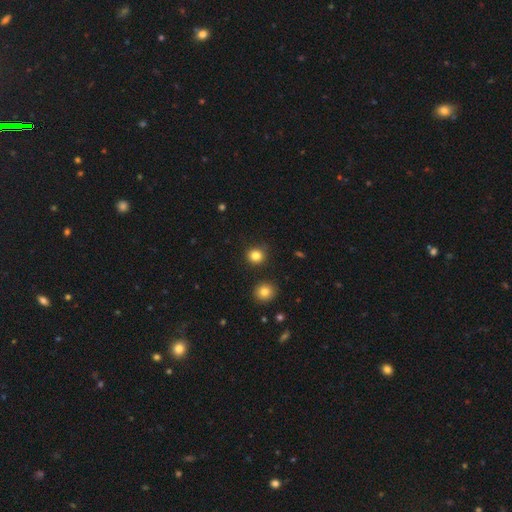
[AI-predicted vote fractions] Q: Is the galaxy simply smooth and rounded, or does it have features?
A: smooth — 83%.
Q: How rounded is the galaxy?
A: round — 90%.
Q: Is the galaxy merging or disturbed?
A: none — 88%.